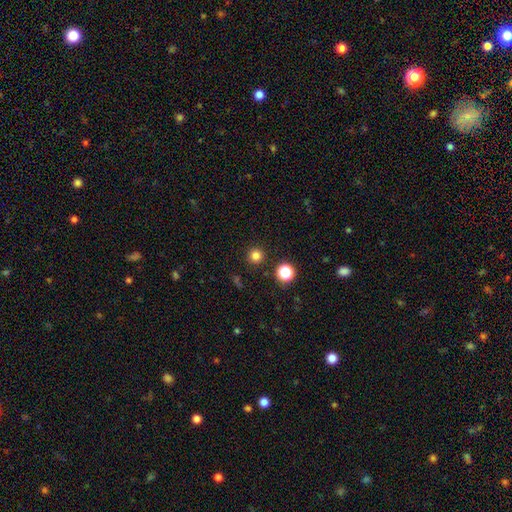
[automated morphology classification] Smooth or featured?
  - smooth: 80% *
  - star or artifact: 15%
  - featured or disk: 5%
How rounded?
  - round: 96% *
  - in between: 3%
  - cigar-shaped: 1%
Merging?
  - none: 91% *
  - minor disturbance: 5%
  - merger: 2%
  - major disturbance: 2%